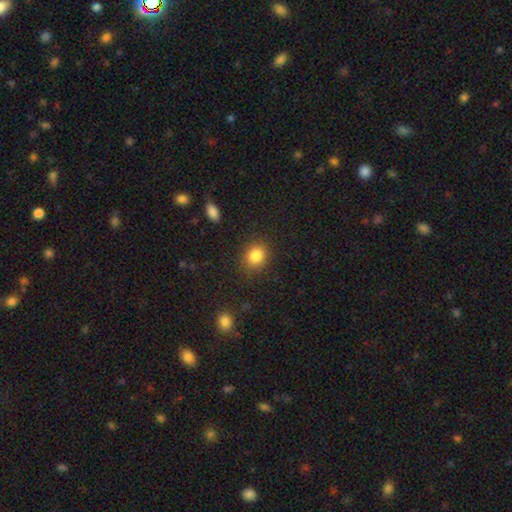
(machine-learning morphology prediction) Overall: smooth (85%). How rounded: round (65%; in between 34%). Merging: none (86%).